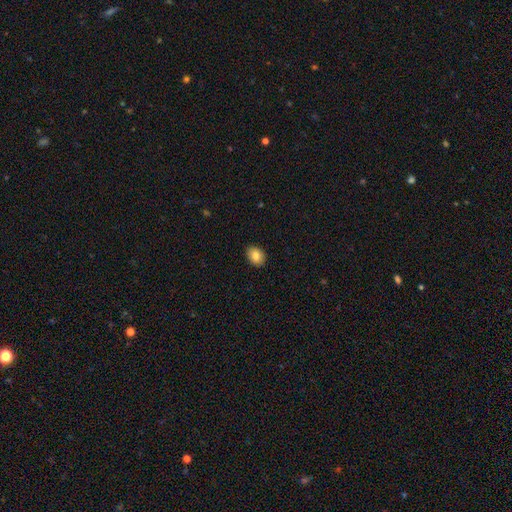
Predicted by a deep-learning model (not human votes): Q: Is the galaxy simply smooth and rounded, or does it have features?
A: smooth — 84%.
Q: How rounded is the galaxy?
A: in between — 64%.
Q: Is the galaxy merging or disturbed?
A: none — 89%.